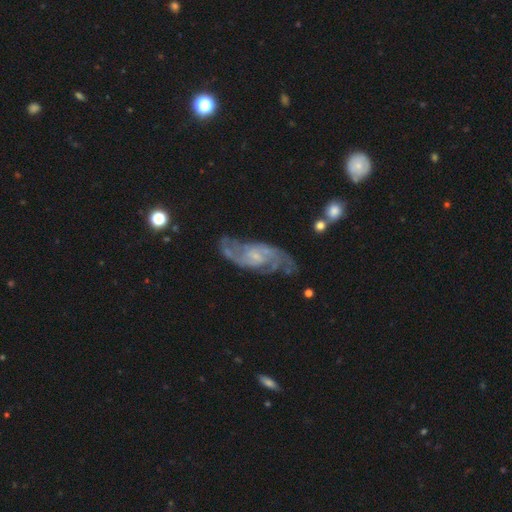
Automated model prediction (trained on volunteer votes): featured or disk 85%, smooth 9%, star or artifact 6%. Down the decision tree: edge-on disk — no (93%); bar — no (49%); spiral arms — yes (95%); spiral arm count — 2 (65%); spiral winding — medium (49%); bulge size — small (62%); merging — none (68%).